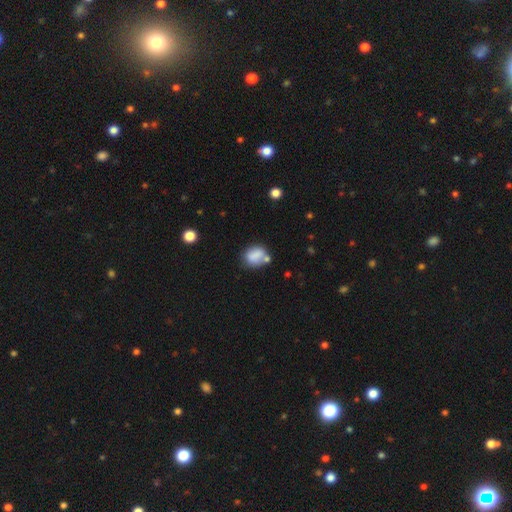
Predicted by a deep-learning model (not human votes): Smooth or featured? Predicted: smooth (p=0.78). How rounded? Predicted: in between (p=0.52). Merging? Predicted: none (p=0.52).